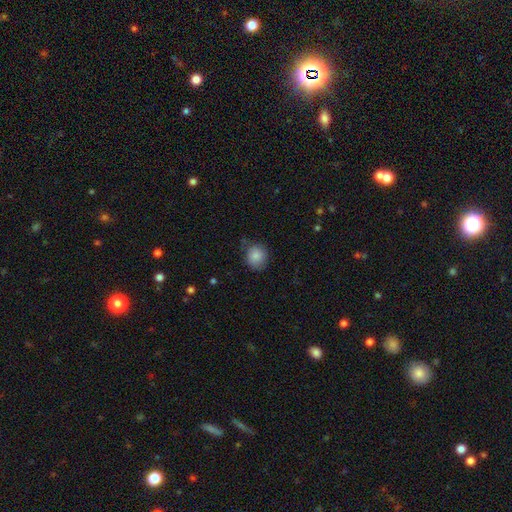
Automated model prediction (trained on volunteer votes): Smooth or featured? smooth (86%)
How rounded? round (81%)
Merging? none (74%)